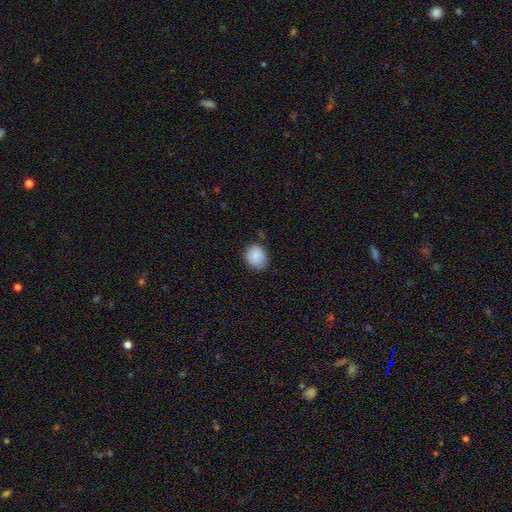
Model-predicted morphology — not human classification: smooth_or_featured: smooth (p=0.86) [alt: star or artifact p=0.08]
how_rounded: round (p=0.66) [alt: in between p=0.33]
merging: none (p=0.75) [alt: minor disturbance p=0.20]